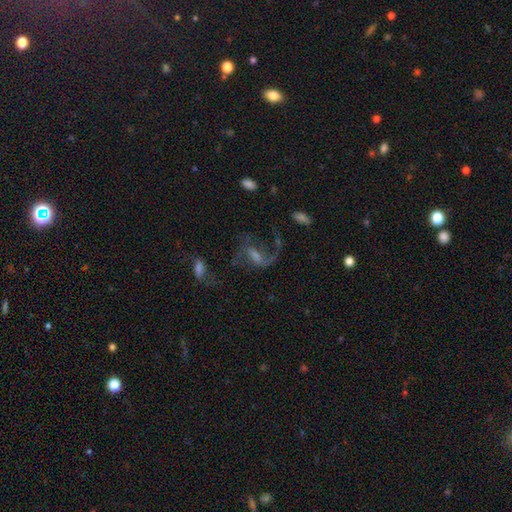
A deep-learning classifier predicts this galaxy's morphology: Smooth or featured? Predicted: featured or disk (p=0.70). Edge-on disk? Predicted: no (p=0.95). Bar? Predicted: weak (p=0.48). Spiral arms? Predicted: yes (p=0.85). Spiral winding? Predicted: loose (p=0.58). Spiral arm count? Predicted: 2 (p=0.58). Bulge size? Predicted: small (p=0.35). Merging? Predicted: none (p=0.47).